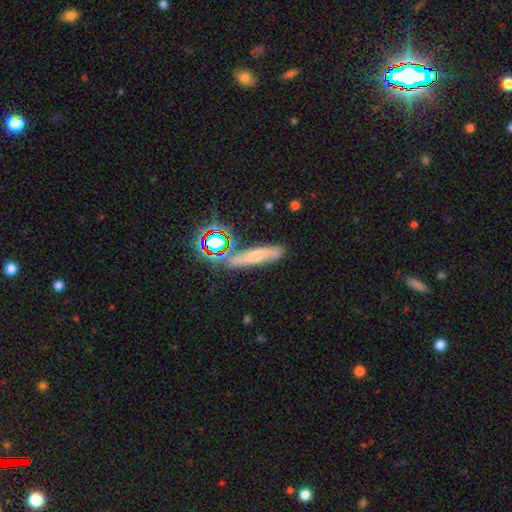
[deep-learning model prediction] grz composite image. It shows a smooth galaxy with no disk features (50%). Merging: none (71%).